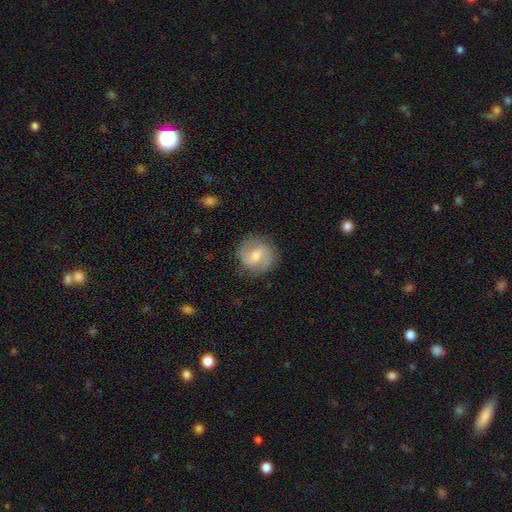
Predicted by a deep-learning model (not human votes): Q: Smooth or featured?
A: featured or disk (64%); runner-up: smooth (29%)
Q: Edge-on disk?
A: no (98%); runner-up: yes (2%)
Q: Bar?
A: weak (57%); runner-up: no (25%)
Q: Spiral arms?
A: yes (90%); runner-up: no (10%)
Q: Spiral winding?
A: medium (44%); runner-up: loose (39%)
Q: Spiral arm count?
A: 2 (86%); runner-up: can't tell (7%)
Q: Bulge size?
A: small (50%); runner-up: moderate (42%)
Q: Merging?
A: none (81%); runner-up: minor disturbance (13%)